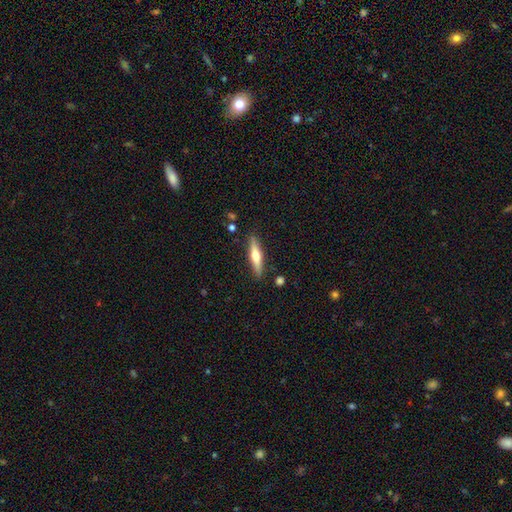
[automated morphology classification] Smooth or featured? featured or disk (52%)
Edge-on disk? yes (94%)
Merging? none (87%)